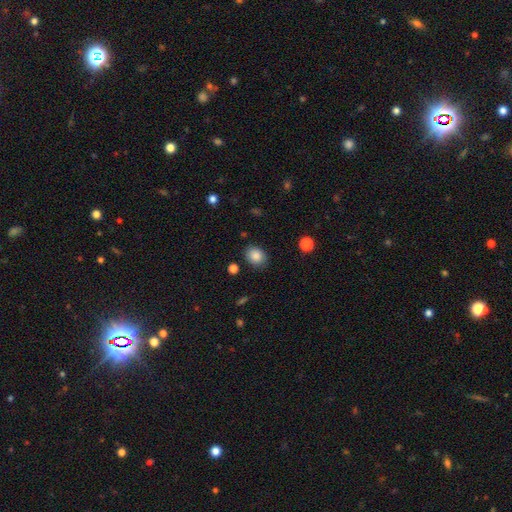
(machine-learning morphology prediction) The model was most divided on "how rounded": round: 52%, in between: 47%, cigar-shaped: 1%. More confident: smooth or featured — smooth (86%); merging — none (84%).